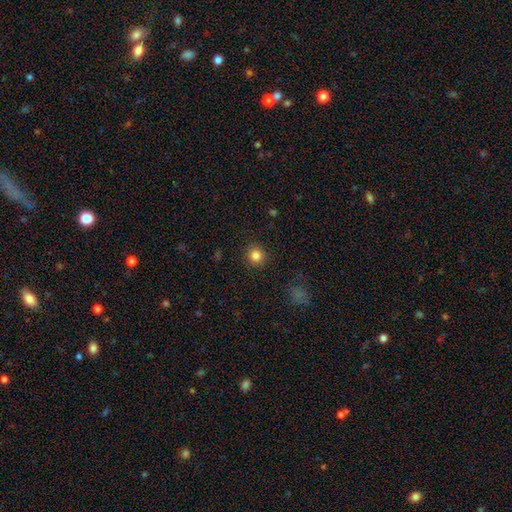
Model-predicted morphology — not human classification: Q: Smooth or featured?
A: smooth (84%); runner-up: star or artifact (11%)
Q: How rounded?
A: round (93%); runner-up: in between (6%)
Q: Merging?
A: none (90%); runner-up: minor disturbance (6%)